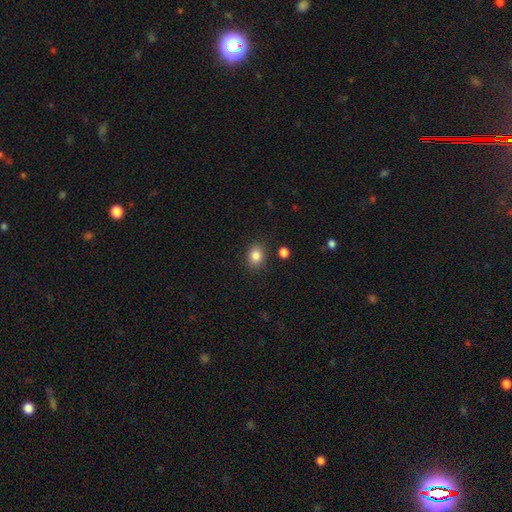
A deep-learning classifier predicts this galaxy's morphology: Smooth or featured? smooth (84%)
How rounded? in between (51%)
Merging? none (85%)